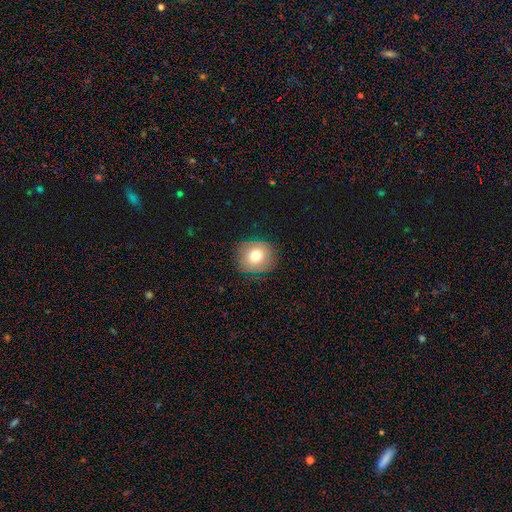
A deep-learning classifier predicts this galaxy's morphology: A smooth galaxy with no disk features (73%) that is round (84%). Merging: none (85%).